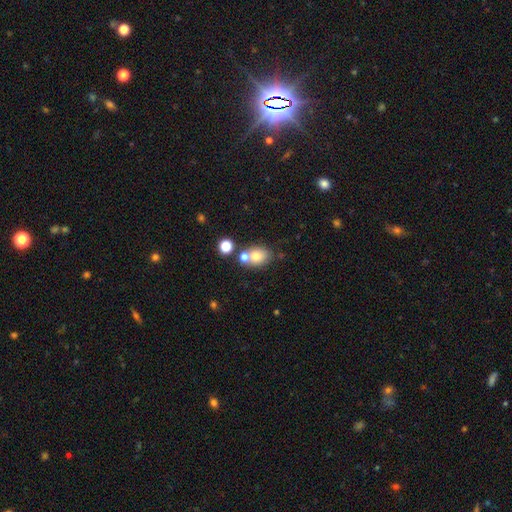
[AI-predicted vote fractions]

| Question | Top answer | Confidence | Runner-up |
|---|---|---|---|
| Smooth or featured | smooth | 72% | featured or disk (16%) |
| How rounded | in between | 52% | round (46%) |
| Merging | none | 53% | merger (32%) |